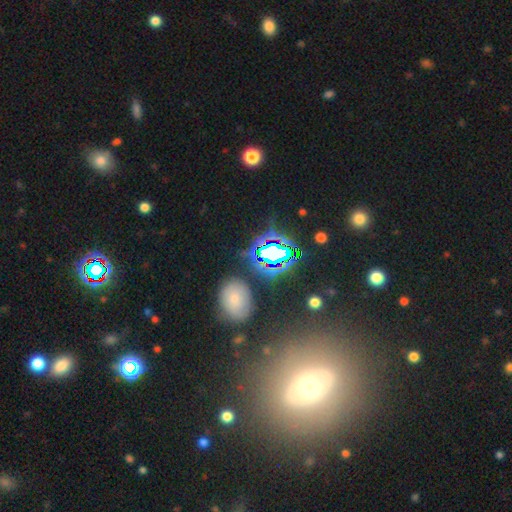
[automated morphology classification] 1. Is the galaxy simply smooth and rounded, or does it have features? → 60% star or artifact, 23% smooth, 17% featured or disk.